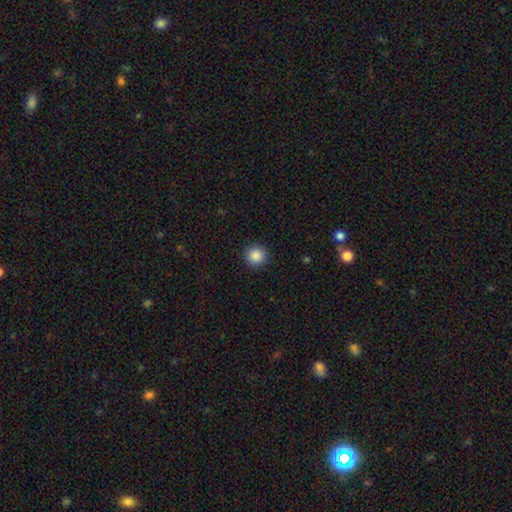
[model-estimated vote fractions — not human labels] Q: Smooth or featured?
A: smooth (88%); runner-up: star or artifact (9%)
Q: How rounded?
A: round (93%); runner-up: in between (6%)
Q: Merging?
A: none (92%); runner-up: minor disturbance (5%)